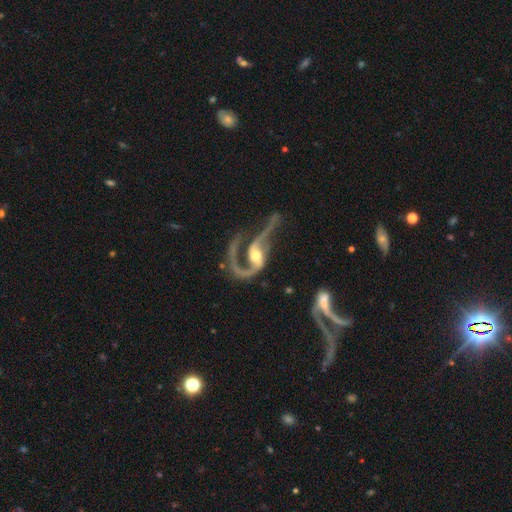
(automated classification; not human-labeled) featured or disk 89%, smooth 6%, star or artifact 5%. Down the decision tree: edge-on disk — no (96%); bar — no (43%); spiral arms — yes (93%); spiral arm count — 2 (71%); spiral winding — loose (61%); bulge size — moderate (67%); merging — major disturbance (45%).